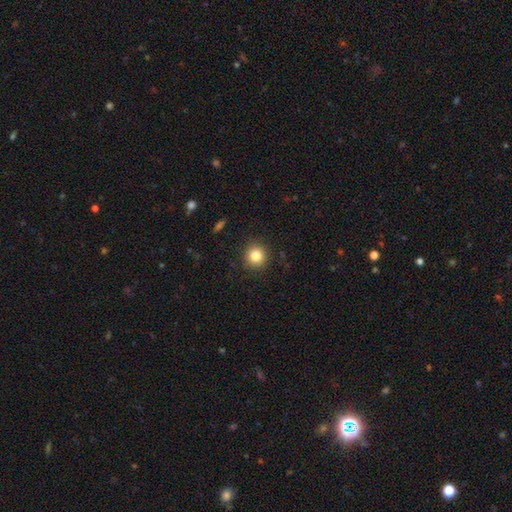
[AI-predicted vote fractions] smooth 83%, star or artifact 11%, featured or disk 6%. Down the decision tree: how rounded — round (93%); merging — none (90%).